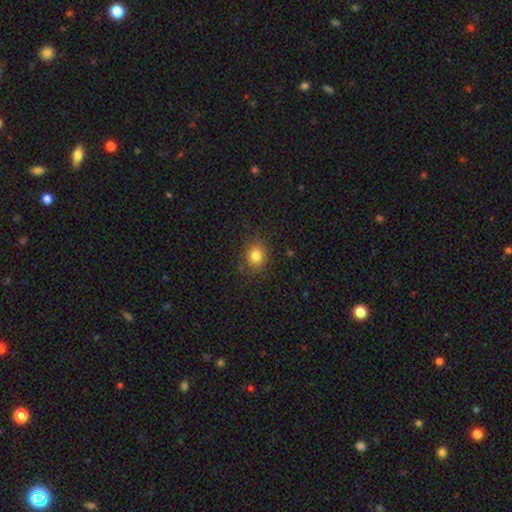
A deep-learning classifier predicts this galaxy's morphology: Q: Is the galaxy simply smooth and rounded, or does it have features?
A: smooth — 81%.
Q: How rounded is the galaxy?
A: round — 72%.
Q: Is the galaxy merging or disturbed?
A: none — 84%.